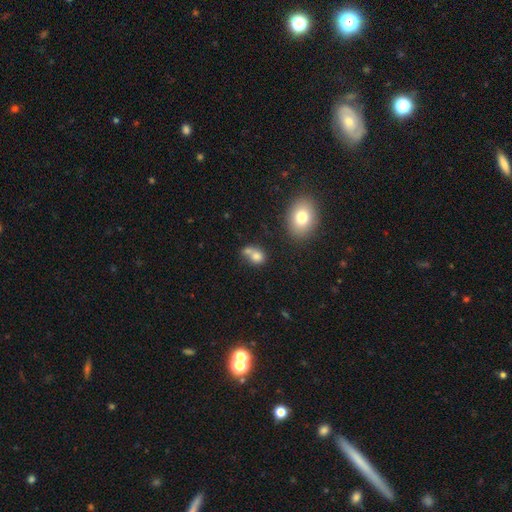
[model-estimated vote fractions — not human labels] A smooth galaxy with no disk features (75%) that is round (55%).

Vote fractions:
- Smooth or featured? smooth: 75% / featured or disk: 13% / star or artifact: 12%
- How rounded? round: 55% / in between: 44% / cigar-shaped: 1%
- Merging? merger: 50% / none: 32% / minor disturbance: 11% / major disturbance: 6%